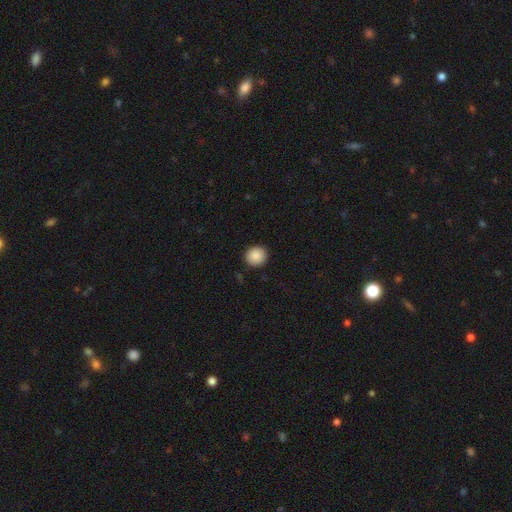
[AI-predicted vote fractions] Morphology: type=smooth (89%); roundness=round (87%); merging=none (91%).